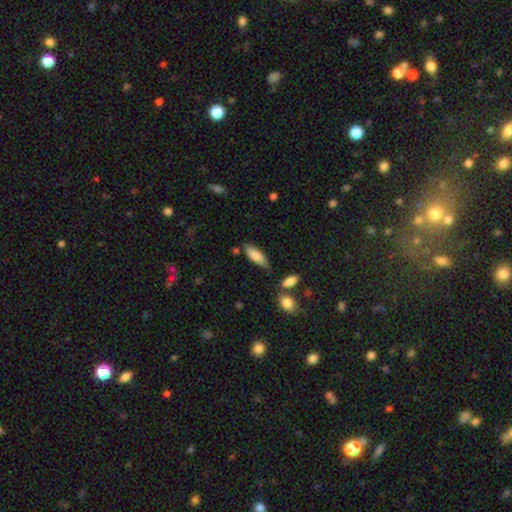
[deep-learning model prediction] Smooth or featured: smooth — 83% (featured or disk — 11%)
How rounded: in between — 66% (cigar-shaped — 33%)
Merging: none — 66% (minor disturbance — 23%)